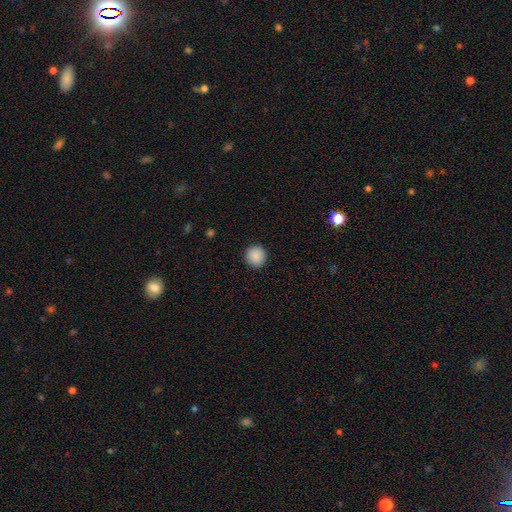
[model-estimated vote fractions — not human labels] smooth 89%, star or artifact 8%, featured or disk 3%. Down the decision tree: how rounded — round (95%); merging — none (92%).